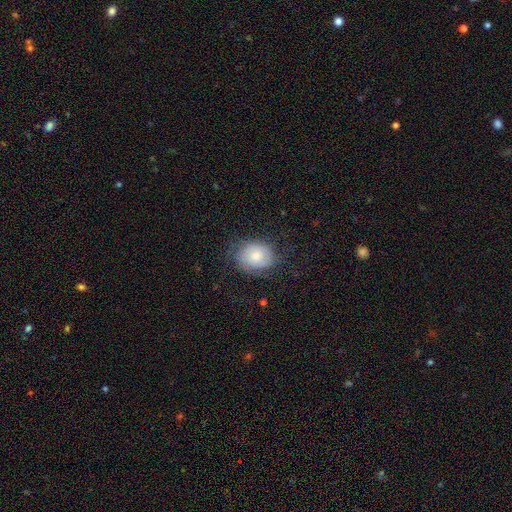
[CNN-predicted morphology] smooth-or-featured: smooth: 55% | featured or disk: 36% | star or artifact: 9%
  how-rounded: round: 54% | in between: 45% | cigar-shaped: 1%
  merging: none: 69% | minor disturbance: 20% | major disturbance: 10% | merger: 1%